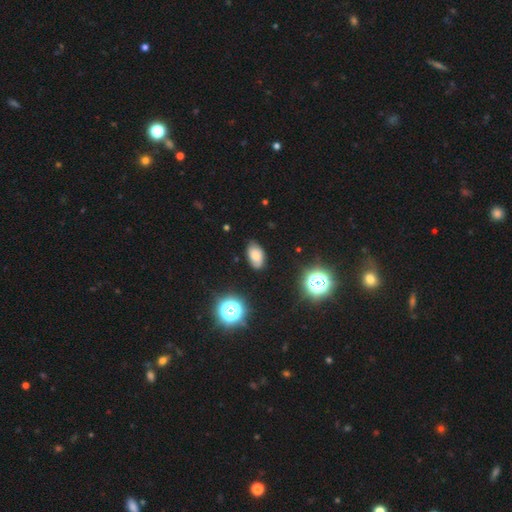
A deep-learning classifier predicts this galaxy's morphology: The model was most divided on "smooth or featured": smooth: 71%, star or artifact: 15%, featured or disk: 14%. More confident: how rounded — in between (91%); merging — none (79%).